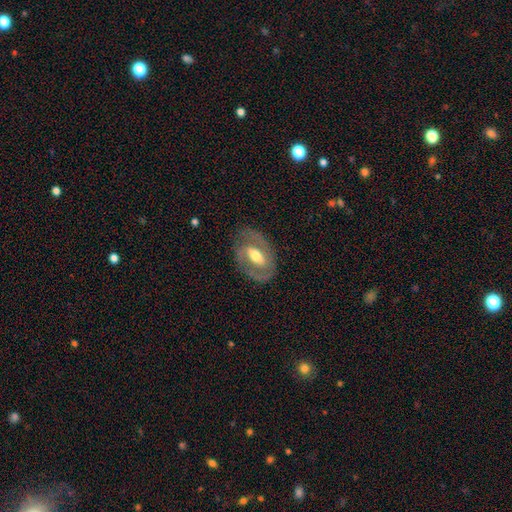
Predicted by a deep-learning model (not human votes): This is likely a featured or disk galaxy (73%). It is clearly not viewed edge-on (93%). Bar: marginally strong (39%, tied with weak). Spiral arm pattern: likely yes (72%). Central bulge: likely moderate (66%). Merging: likely none (78%).